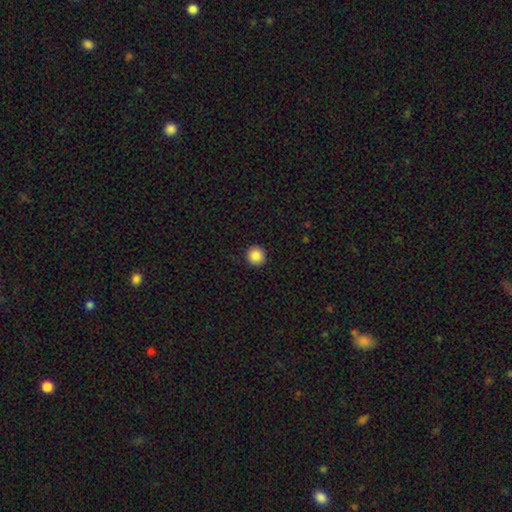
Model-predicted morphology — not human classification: This appears to be a smooth galaxy with no disk features (88%) that is round (95%). Merging: none (93%).